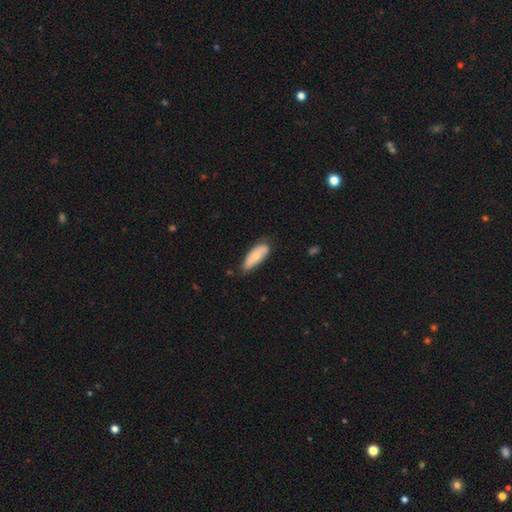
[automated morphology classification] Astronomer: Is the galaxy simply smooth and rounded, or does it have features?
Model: smooth — 68%.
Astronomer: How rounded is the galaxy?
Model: in between — 72%.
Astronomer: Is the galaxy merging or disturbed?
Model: none — 67%.